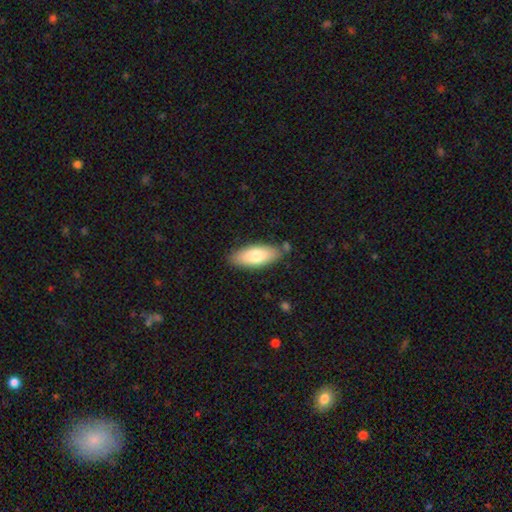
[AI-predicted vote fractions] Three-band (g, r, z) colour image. It shows a smooth galaxy with no disk features (77%) that is in between round and cigar-shaped (76%). Merging: none (80%).